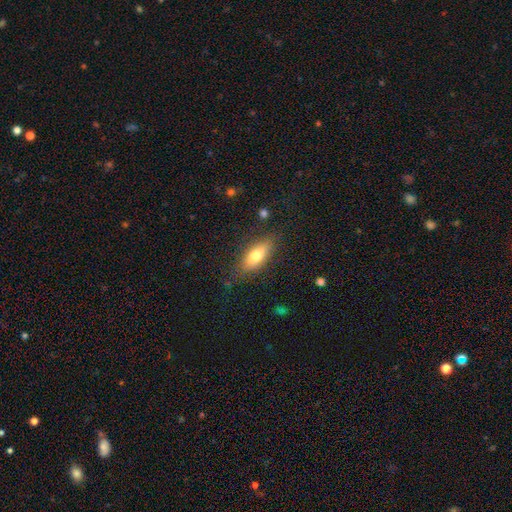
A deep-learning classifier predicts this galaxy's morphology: Q: Smooth or featured?
A: smooth (71%); runner-up: featured or disk (22%)
Q: How rounded?
A: in between (71%); runner-up: cigar-shaped (26%)
Q: Merging?
A: none (80%); runner-up: minor disturbance (14%)